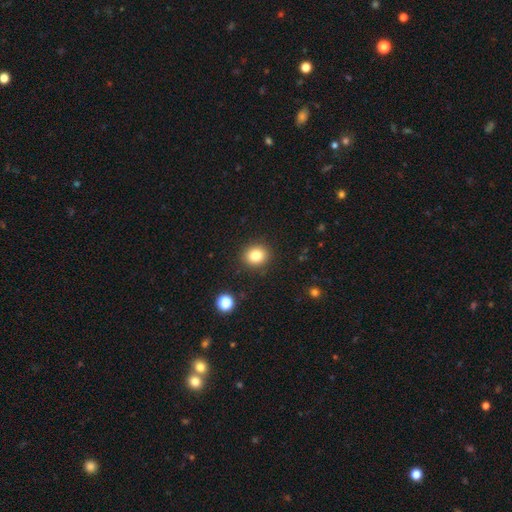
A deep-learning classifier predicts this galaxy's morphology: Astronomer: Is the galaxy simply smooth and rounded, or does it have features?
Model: smooth — 82%.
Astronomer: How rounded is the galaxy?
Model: round — 77%.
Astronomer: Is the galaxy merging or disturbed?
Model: none — 89%.